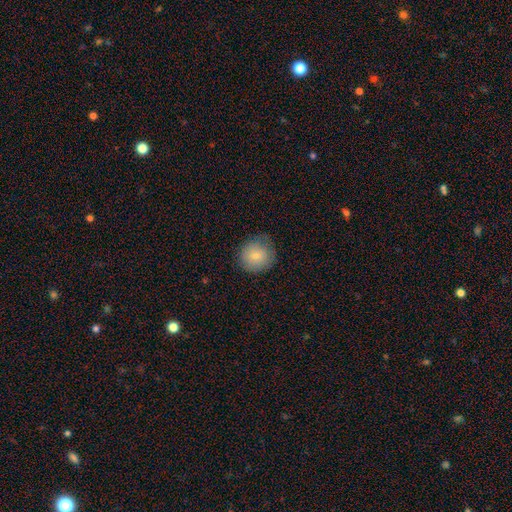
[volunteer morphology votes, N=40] smooth-or-featured: smooth: 85% | star or artifact: 10% | featured or disk: 5%
  how-rounded: round: 97% | cigar-shaped: 3% | in between: 0%
  merging: none: 86% | major disturbance: 11% | merger: 3% | minor disturbance: 0%